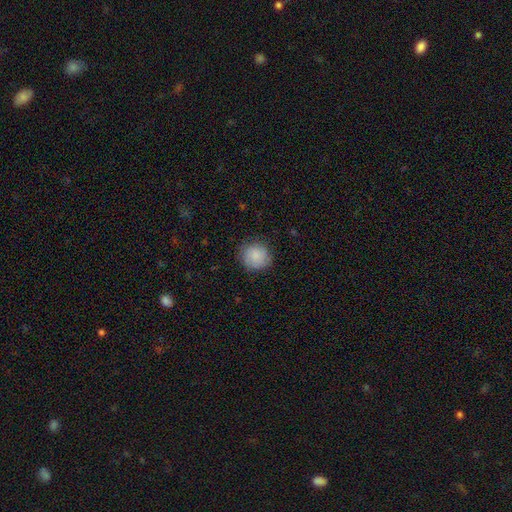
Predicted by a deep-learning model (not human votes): Smooth or featured? smooth (84%)
How rounded? round (90%)
Merging? none (82%)